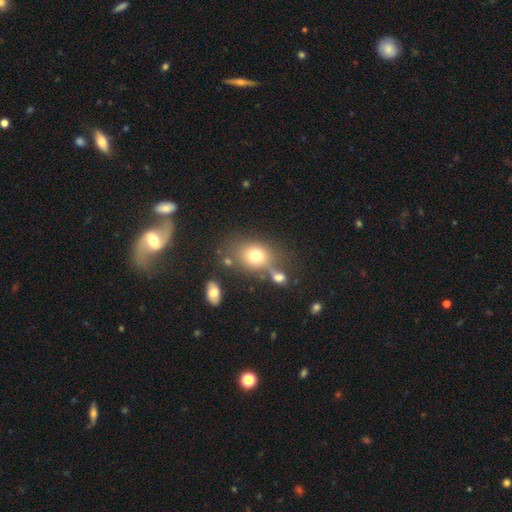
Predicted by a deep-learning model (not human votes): smooth_or_featured: smooth (p=0.74) [alt: featured or disk p=0.13]
how_rounded: round (p=0.50) [alt: in between p=0.49]
merging: none (p=0.56) [alt: merger p=0.21]